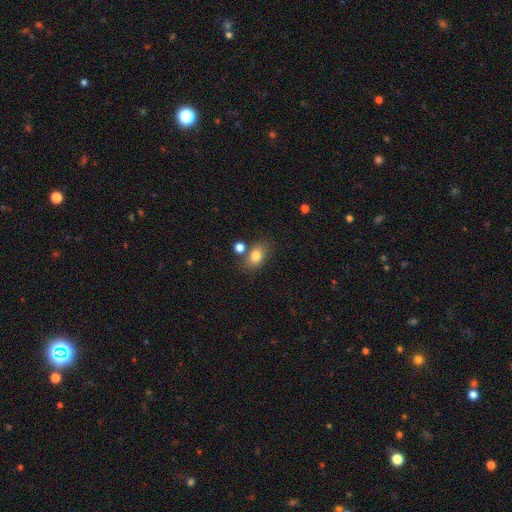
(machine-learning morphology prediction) Smooth or featured: smooth — 80% (star or artifact — 10%)
How rounded: in between — 76% (round — 22%)
Merging: none — 67% (merger — 15%)